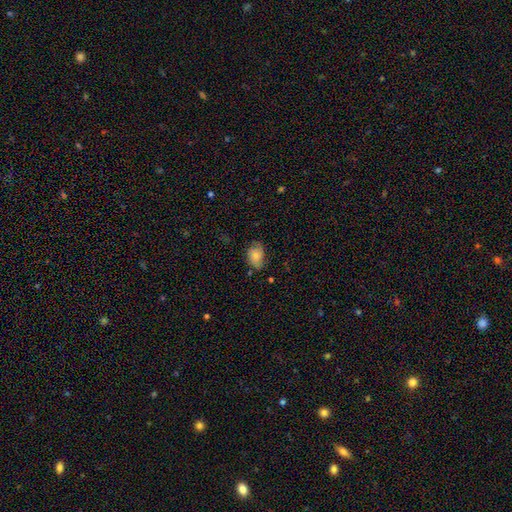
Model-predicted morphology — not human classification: This is likely a smooth galaxy (69%). How rounded: likely in between (79%). Merging: likely none (60%).